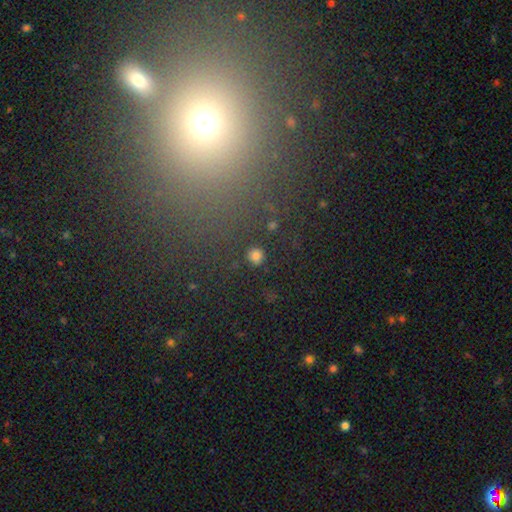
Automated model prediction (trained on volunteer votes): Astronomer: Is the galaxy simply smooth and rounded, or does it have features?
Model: smooth — 80%.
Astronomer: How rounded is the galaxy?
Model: round — 94%.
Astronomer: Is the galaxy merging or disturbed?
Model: none — 88%.